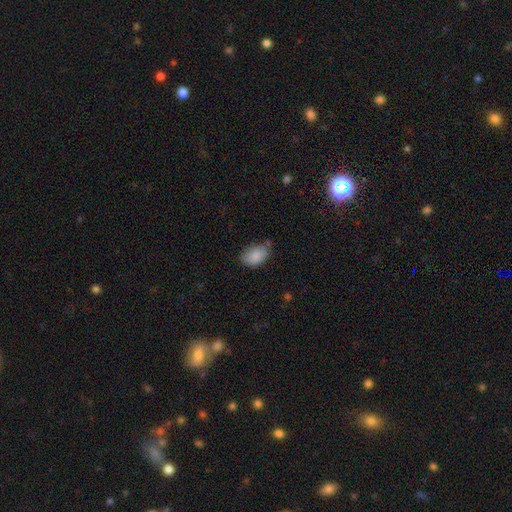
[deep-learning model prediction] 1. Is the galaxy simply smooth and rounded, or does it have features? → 87% smooth, 7% star or artifact, 6% featured or disk.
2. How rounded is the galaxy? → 89% in between, 9% round, 1% cigar-shaped.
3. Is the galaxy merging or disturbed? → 62% none, 28% minor disturbance, 5% major disturbance, 5% merger.